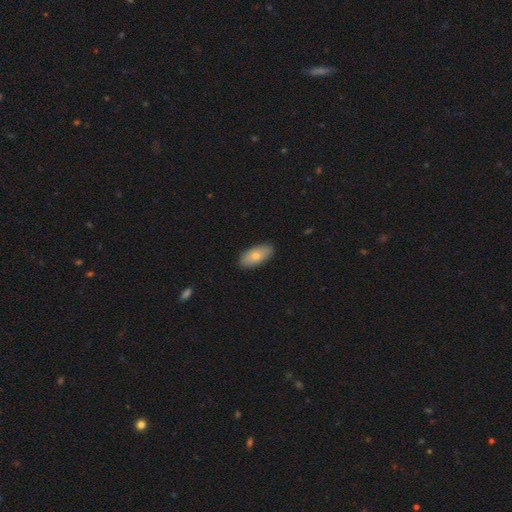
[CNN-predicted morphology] The model was most divided on "smooth or featured": smooth: 75%, featured or disk: 19%, star or artifact: 6%. More confident: merging — none (89%); how rounded — in between (89%).